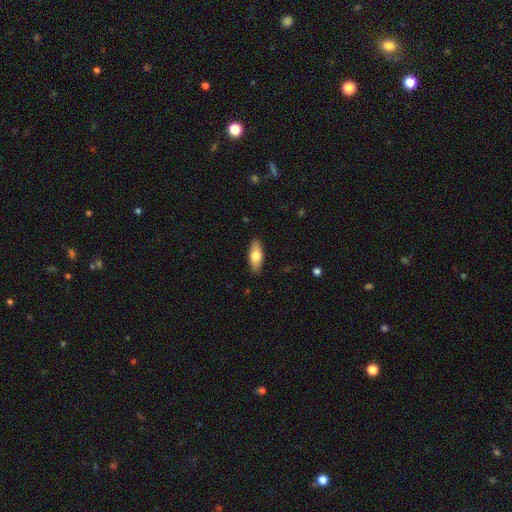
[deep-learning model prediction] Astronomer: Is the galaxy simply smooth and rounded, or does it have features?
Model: smooth — 75%.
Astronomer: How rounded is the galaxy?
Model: in between — 79%.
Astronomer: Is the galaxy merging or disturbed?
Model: none — 88%.